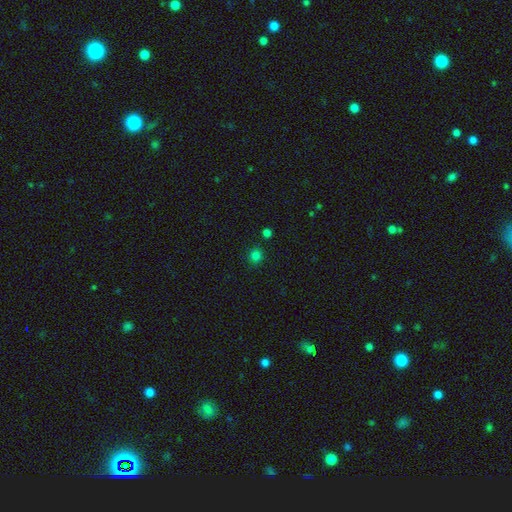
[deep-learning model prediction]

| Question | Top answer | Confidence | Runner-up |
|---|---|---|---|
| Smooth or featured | smooth | 79% | star or artifact (17%) |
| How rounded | round | 90% | in between (9%) |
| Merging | none | 87% | minor disturbance (7%) |